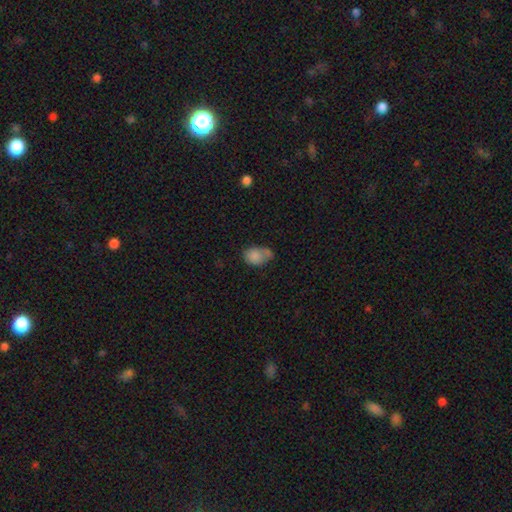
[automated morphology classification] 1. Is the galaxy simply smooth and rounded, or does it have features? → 81% smooth, 10% featured or disk, 9% star or artifact.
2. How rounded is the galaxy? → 68% in between, 30% round, 1% cigar-shaped.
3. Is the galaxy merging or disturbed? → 38% none, 28% minor disturbance, 22% merger, 12% major disturbance.